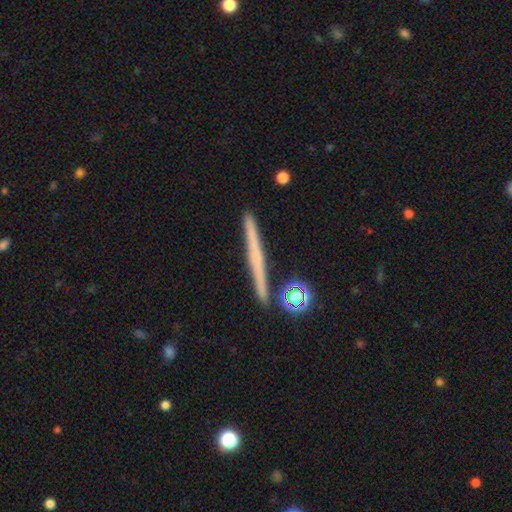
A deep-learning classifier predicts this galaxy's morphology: smooth-or-featured: featured or disk: 52% | smooth: 39% | star or artifact: 9%
  disk-edge-on: yes: 97% | no: 3%
    edge-on-bulge: none: 75% | rounded: 20% | boxy: 5%
  merging: none: 87% | minor disturbance: 8% | merger: 3% | major disturbance: 2%